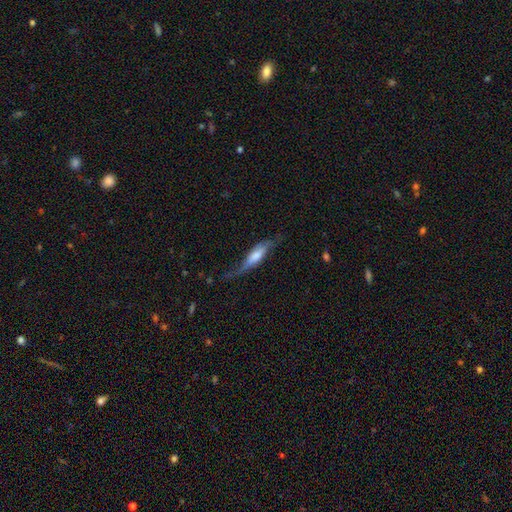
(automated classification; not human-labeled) Smooth or featured: featured or disk — 55% (smooth — 39%)
Edge-on disk: yes — 52% (no — 48%)
Merging: none — 44% (minor disturbance — 29%)